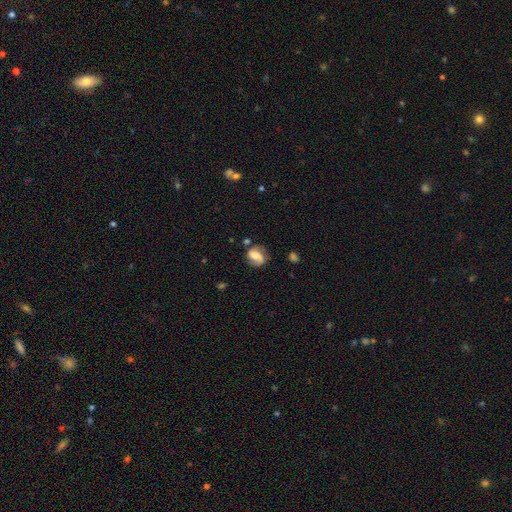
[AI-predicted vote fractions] Q: Smooth or featured?
A: featured or disk (52%); runner-up: smooth (39%)
Q: Edge-on disk?
A: no (97%); runner-up: yes (3%)
Q: Bar?
A: no (38%); tied with: weak (38%)
Q: Spiral arms?
A: yes (85%); runner-up: no (15%)
Q: Bulge size?
A: moderate (31%); runner-up: small (25%)
Q: Merging?
A: none (62%); runner-up: minor disturbance (23%)